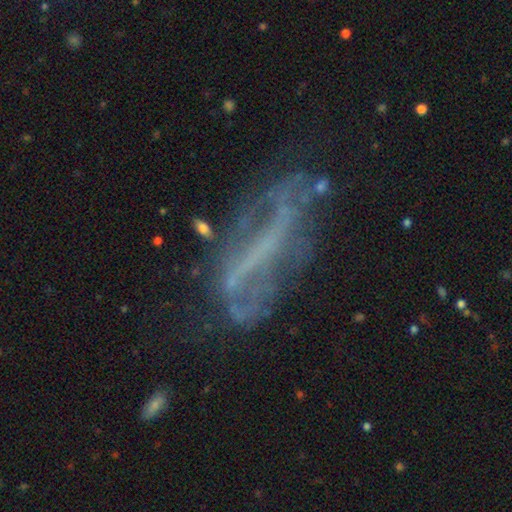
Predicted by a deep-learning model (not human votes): Overall: featured or disk (70%). Edge-on disk: no (78%). Bar: strong (44%; no 33%). Spiral arms: no (54%; yes 46%). Bulge size: none (68%). Merging: none (49%; major disturbance 23%).